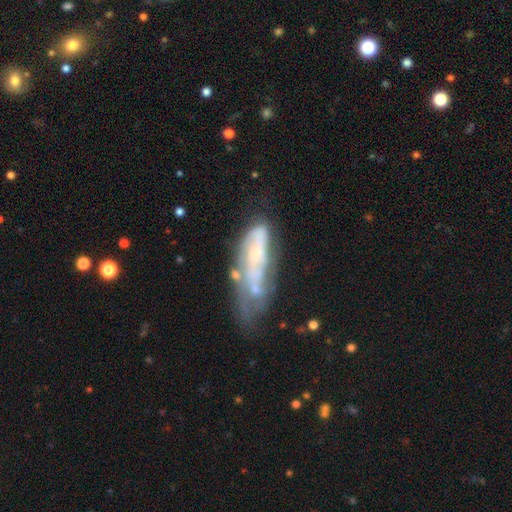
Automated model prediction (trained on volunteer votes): Q: Smooth or featured?
A: featured or disk (64%); runner-up: smooth (26%)
Q: Edge-on disk?
A: no (81%); runner-up: yes (19%)
Q: Bar?
A: no (69%); runner-up: weak (22%)
Q: Spiral arms?
A: no (51%); runner-up: yes (49%)
Q: Bulge size?
A: small (47%); runner-up: moderate (27%)
Q: Merging?
A: none (34%); runner-up: major disturbance (26%)